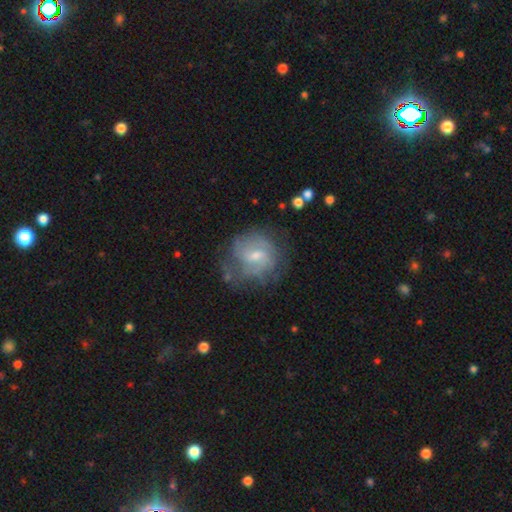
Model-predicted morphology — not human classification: Q: Smooth or featured?
A: featured or disk (65%); runner-up: smooth (27%)
Q: Edge-on disk?
A: no (97%); runner-up: yes (3%)
Q: Bar?
A: weak (56%); runner-up: no (33%)
Q: Spiral arms?
A: yes (78%); runner-up: no (22%)
Q: Bulge size?
A: small (50%); runner-up: moderate (43%)
Q: Merging?
A: none (61%); runner-up: minor disturbance (23%)